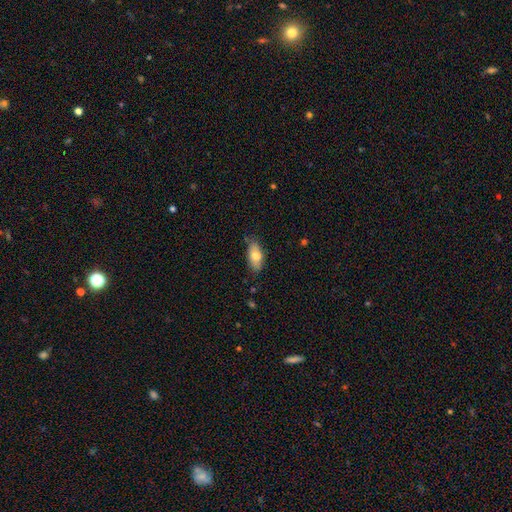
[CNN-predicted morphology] smooth_or_featured: smooth (p=0.74) [alt: featured or disk p=0.19]
how_rounded: in between (p=0.86) [alt: cigar-shaped p=0.10]
merging: none (p=0.72) [alt: minor disturbance p=0.21]